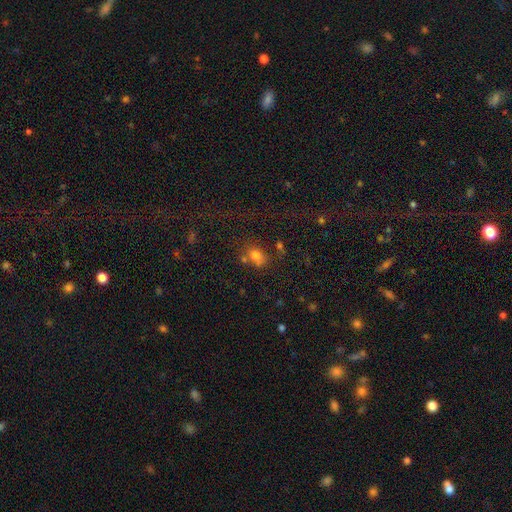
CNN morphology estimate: A smooth galaxy with no disk features (74%) that is in between round and cigar-shaped (51%).

Vote fractions:
- Smooth or featured? smooth: 74% / star or artifact: 15% / featured or disk: 10%
- How rounded? in between: 51% / round: 48% / cigar-shaped: 1%
- Merging? none: 54% / merger: 22% / minor disturbance: 17% / major disturbance: 8%